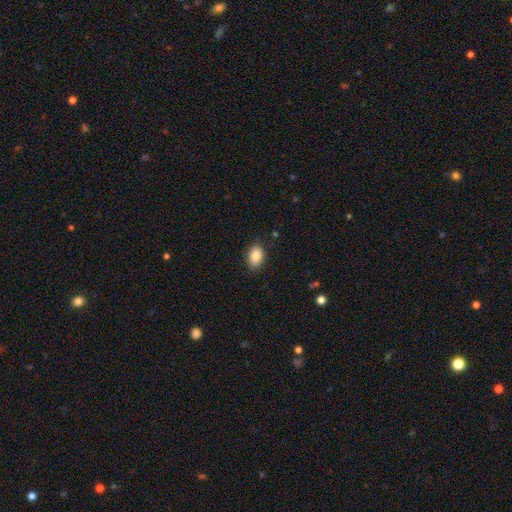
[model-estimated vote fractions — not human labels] Smooth or featured?
  - smooth: 85% *
  - star or artifact: 8%
  - featured or disk: 7%
How rounded?
  - in between: 83% *
  - round: 16%
  - cigar-shaped: 1%
Merging?
  - none: 86% *
  - minor disturbance: 11%
  - major disturbance: 2%
  - merger: 1%